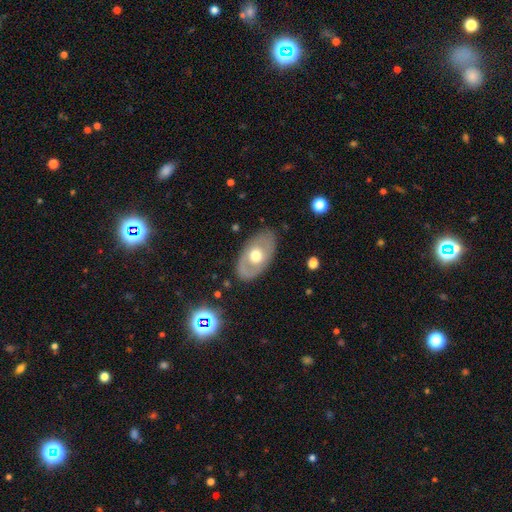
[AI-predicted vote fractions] This appears to be a featured or disk galaxy (51%). Merging: none (81%).